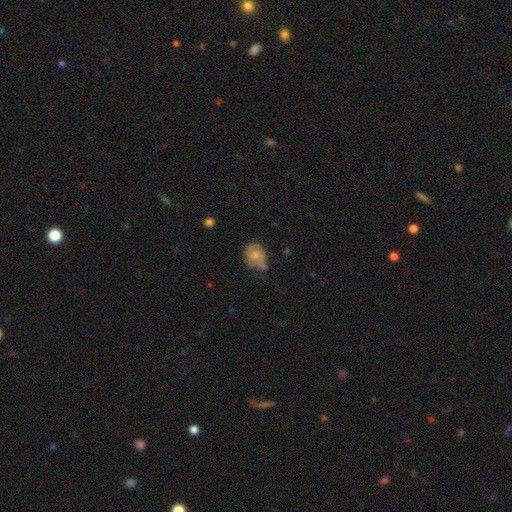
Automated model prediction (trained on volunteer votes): smooth_or_featured: smooth (p=0.57) [alt: featured or disk p=0.34]
how_rounded: in between (p=0.56) [alt: round p=0.42]
merging: none (p=0.41) [alt: minor disturbance p=0.36]